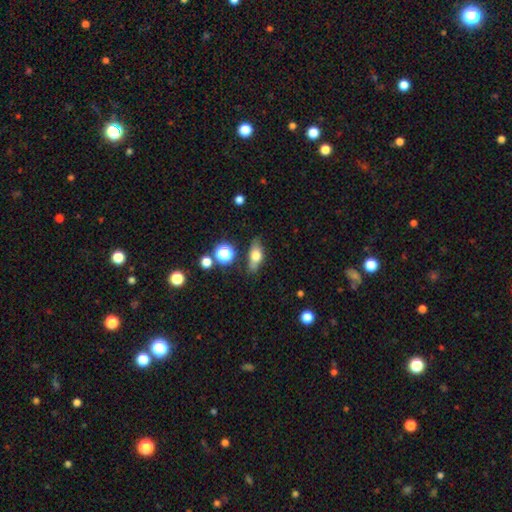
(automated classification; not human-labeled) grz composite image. It shows a smooth galaxy with no disk features (65%) that is in between round and cigar-shaped (67%). Merging: none (76%).